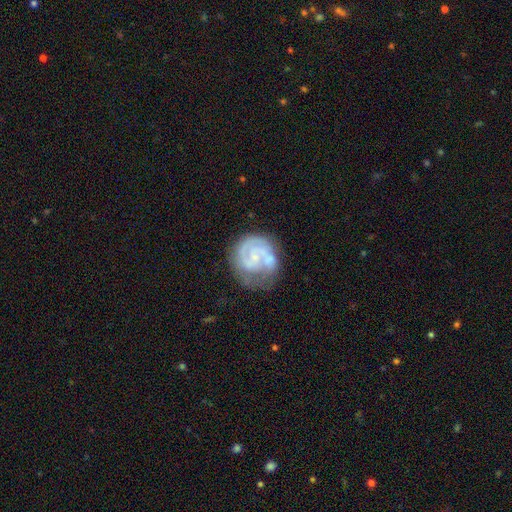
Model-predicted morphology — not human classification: type=featured or disk (73%); edge-on=no (98%); bar=no (58%); spiral arms=yes (84%); winding=tight (51%); arm count=2 (47%); bulge=small (60%); merging=none (53%).